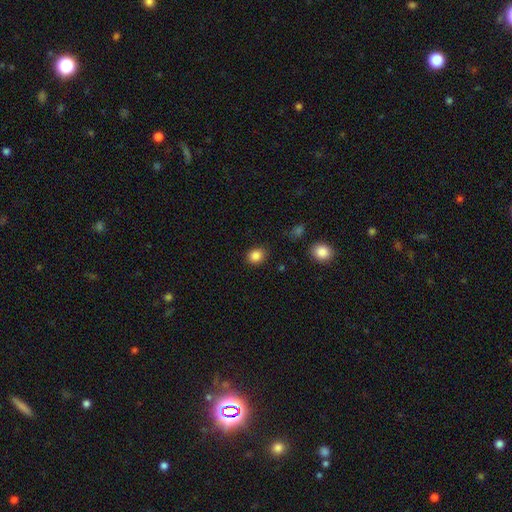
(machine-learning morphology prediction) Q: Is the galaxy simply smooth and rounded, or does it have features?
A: smooth — 86%.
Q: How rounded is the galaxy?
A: round — 60%.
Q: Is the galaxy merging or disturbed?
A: none — 85%.